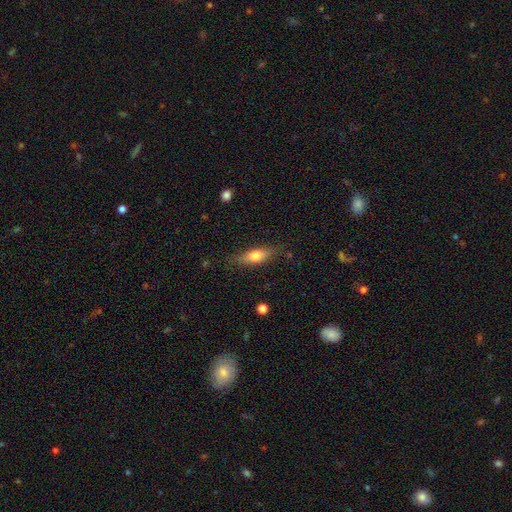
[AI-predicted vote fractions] A smooth galaxy with no disk features (68%) that is in between round and cigar-shaped (59%).

Vote fractions:
- Smooth or featured? smooth: 68% / featured or disk: 25% / star or artifact: 7%
- How rounded? in between: 59% / cigar-shaped: 37% / round: 3%
- Merging? none: 80% / minor disturbance: 15% / major disturbance: 4% / merger: 1%